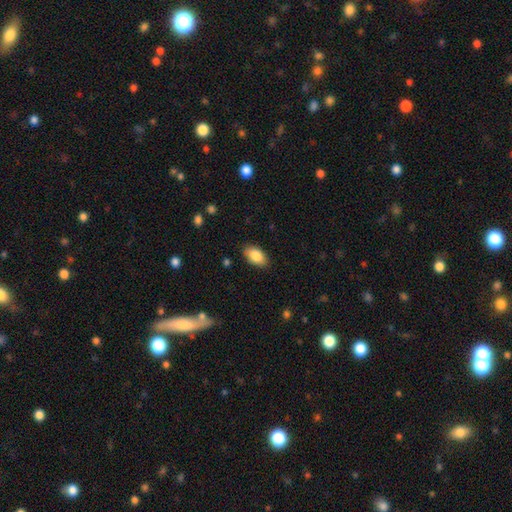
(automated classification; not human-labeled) smooth-or-featured: smooth: 86% | featured or disk: 7% | star or artifact: 7%
  how-rounded: in between: 93% | round: 5% | cigar-shaped: 2%
  merging: none: 85% | minor disturbance: 11% | major disturbance: 2% | merger: 1%